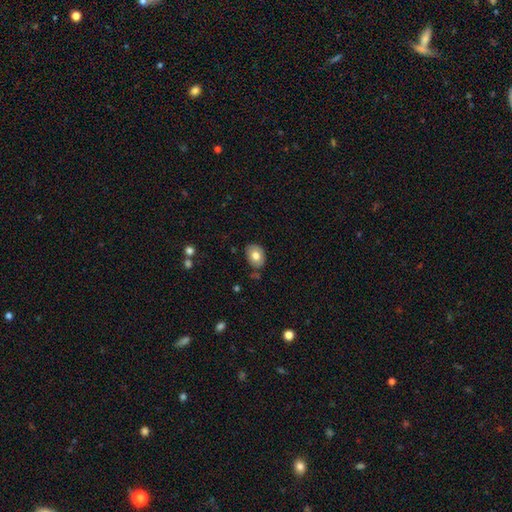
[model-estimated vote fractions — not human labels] This appears to be a smooth galaxy with no disk features (74%) that is in between round and cigar-shaped (69%). Merging: none (78%).